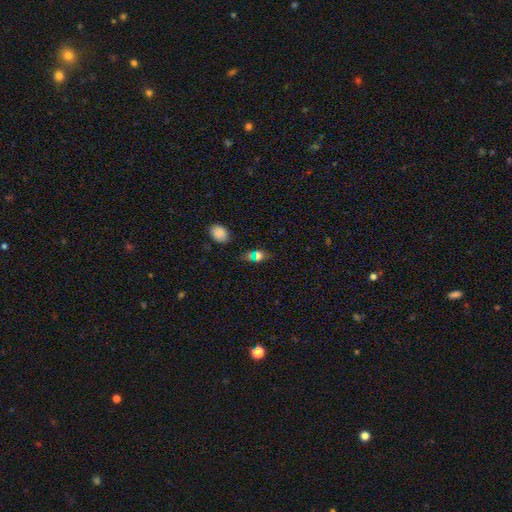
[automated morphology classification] Smooth or featured?
  - smooth: 61% *
  - star or artifact: 27%
  - featured or disk: 12%
How rounded?
  - in between: 70% *
  - round: 22%
  - cigar-shaped: 7%
Merging?
  - none: 74% *
  - minor disturbance: 13%
  - merger: 7%
  - major disturbance: 6%